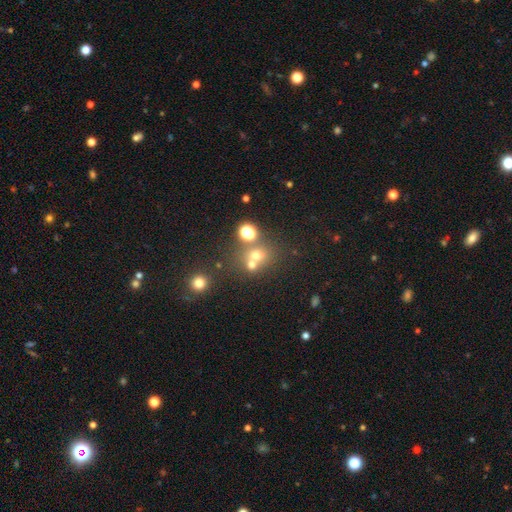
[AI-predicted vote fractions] The model was most divided on "merging": none: 47%, merger: 40%, minor disturbance: 8%, major disturbance: 5%. More confident: how rounded — round (75%); smooth or featured — smooth (59%).